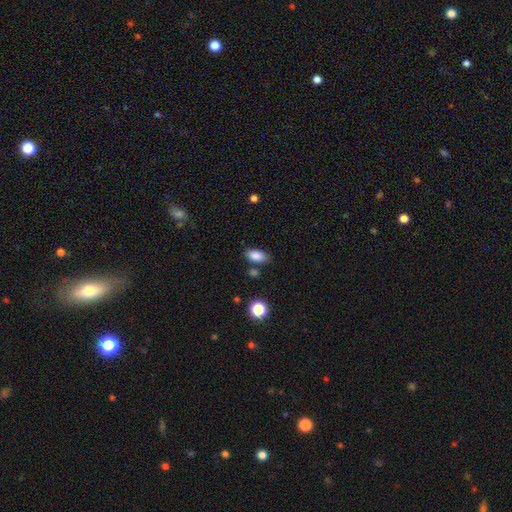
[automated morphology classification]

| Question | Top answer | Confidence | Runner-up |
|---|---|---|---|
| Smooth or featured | smooth | 86% | star or artifact (9%) |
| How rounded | in between | 90% | round (5%) |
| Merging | none | 79% | minor disturbance (12%) |